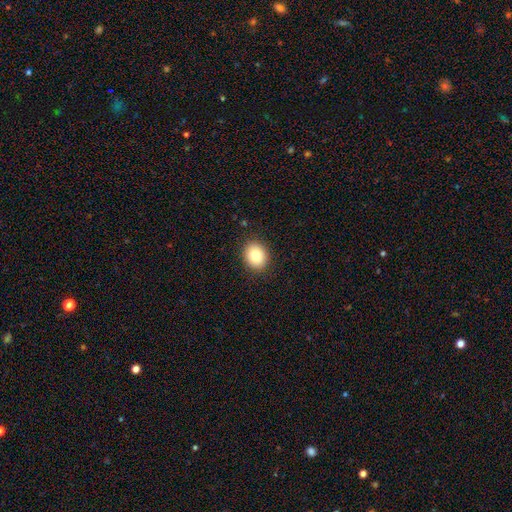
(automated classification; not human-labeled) Q: Smooth or featured?
A: smooth (85%); runner-up: star or artifact (9%)
Q: How rounded?
A: round (56%); runner-up: in between (43%)
Q: Merging?
A: none (89%); runner-up: minor disturbance (8%)